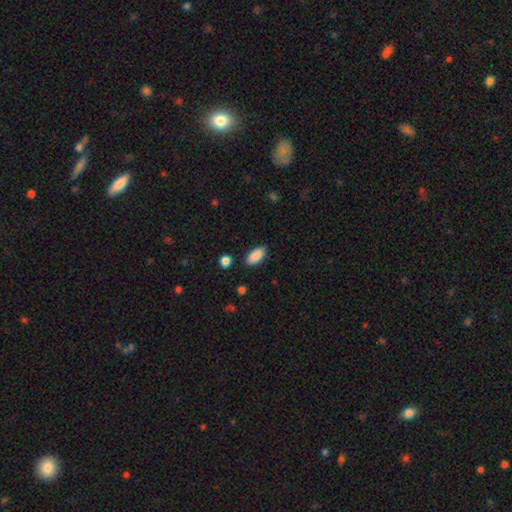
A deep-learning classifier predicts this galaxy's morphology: Q: Smooth or featured?
A: smooth (90%); runner-up: star or artifact (7%)
Q: How rounded?
A: in between (92%); runner-up: cigar-shaped (6%)
Q: Merging?
A: none (87%); runner-up: minor disturbance (9%)